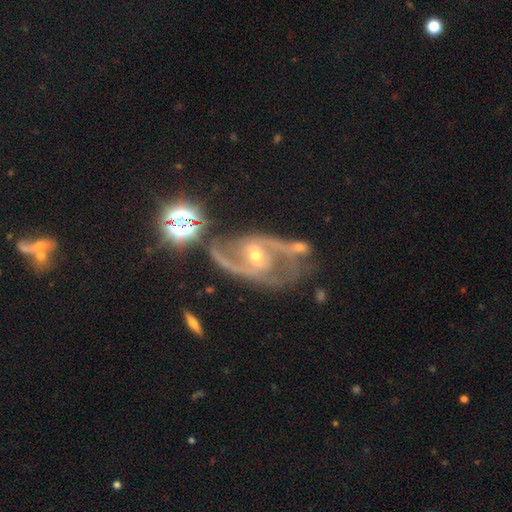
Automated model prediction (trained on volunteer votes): Overall: featured or disk (88%). Edge-on disk: no (96%). Bar: weak (40%; strong 32%). Spiral arms: yes (94%). Spiral arm count: 2 (88%). Spiral winding: medium (51%; loose 33%). Bulge size: moderate (56%; small 39%). Merging: none (53%; minor disturbance 19%).